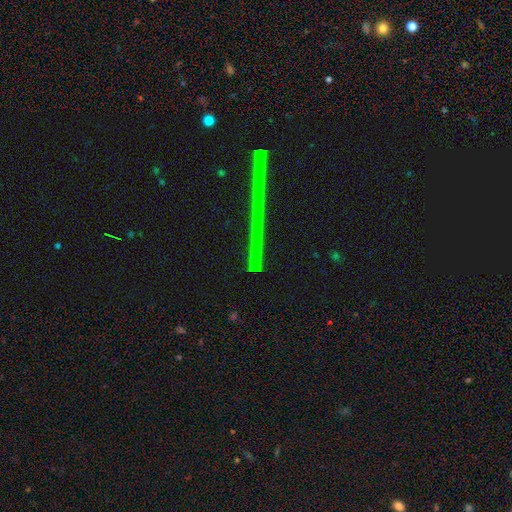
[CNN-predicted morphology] A star or artifact, not a galaxy (74%).